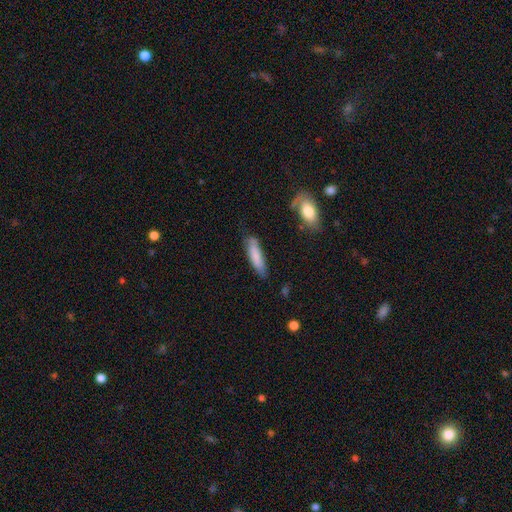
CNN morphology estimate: smooth-or-featured: smooth: 78% | featured or disk: 16% | star or artifact: 6%
  how-rounded: cigar-shaped: 71% | in between: 28% | round: 1%
  merging: none: 71% | minor disturbance: 21% | major disturbance: 5% | merger: 4%